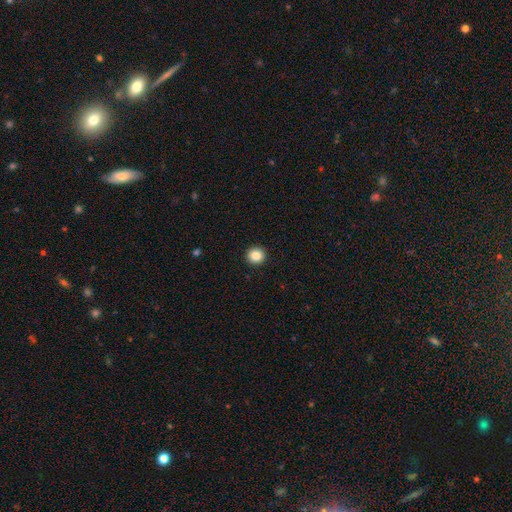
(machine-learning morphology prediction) Smooth or featured: smooth — 87% (star or artifact — 10%)
How rounded: round — 92% (in between — 7%)
Merging: none — 93% (minor disturbance — 4%)